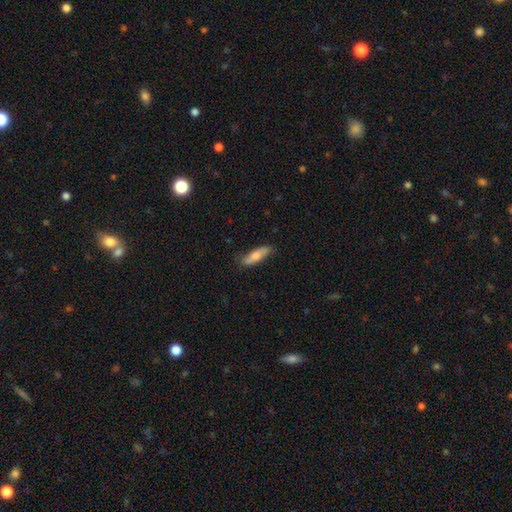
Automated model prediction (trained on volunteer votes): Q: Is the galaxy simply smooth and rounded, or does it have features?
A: smooth — 66%.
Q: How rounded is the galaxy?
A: cigar-shaped — 57%.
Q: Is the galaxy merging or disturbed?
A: none — 80%.